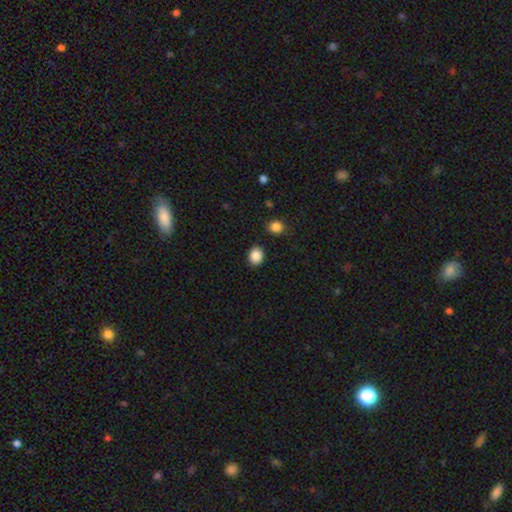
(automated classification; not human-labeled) smooth_or_featured: smooth (p=0.88) [alt: star or artifact p=0.09]
how_rounded: round (p=0.60) [alt: in between p=0.39]
merging: none (p=0.87) [alt: minor disturbance p=0.08]